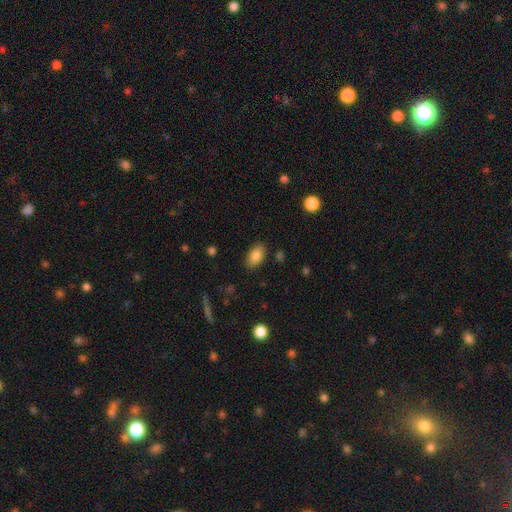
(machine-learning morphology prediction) smooth-or-featured: smooth: 85% | star or artifact: 8% | featured or disk: 7%
  how-rounded: in between: 92% | round: 6% | cigar-shaped: 2%
  merging: none: 86% | minor disturbance: 10% | major disturbance: 3% | merger: 1%